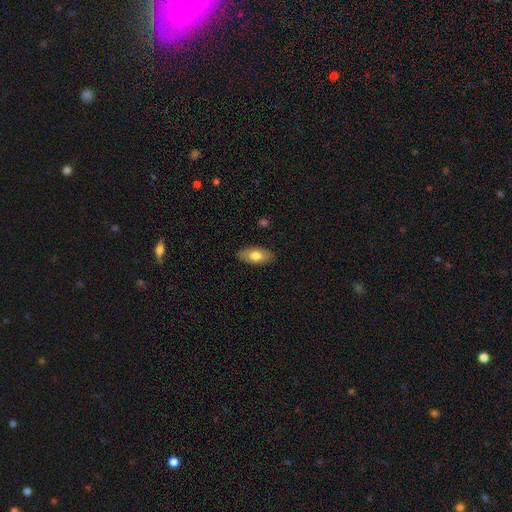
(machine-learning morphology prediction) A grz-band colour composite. It shows a smooth galaxy with no disk features (75%) that is in between round and cigar-shaped (90%). Merging: none (87%).